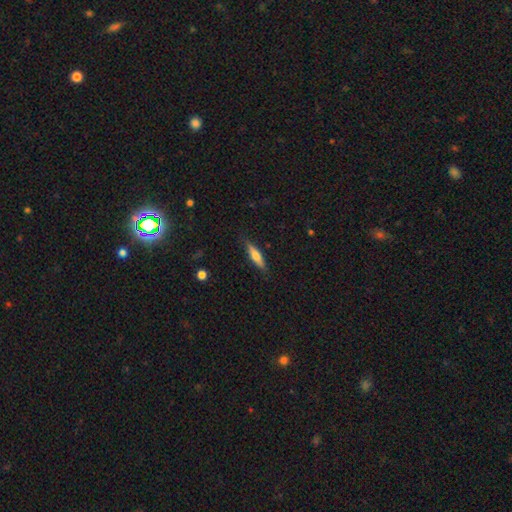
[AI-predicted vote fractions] smooth-or-featured: smooth: 56% | featured or disk: 38% | star or artifact: 6%
  how-rounded: cigar-shaped: 77% | in between: 22% | round: 2%
  merging: none: 85% | minor disturbance: 11% | major disturbance: 2% | merger: 1%